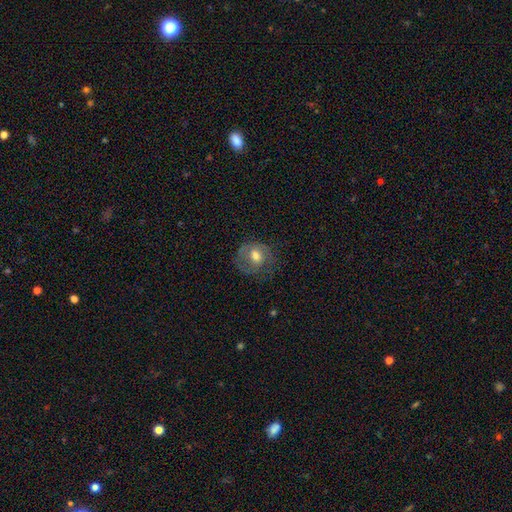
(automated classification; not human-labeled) Q: Smooth or featured?
A: smooth (51%); runner-up: featured or disk (40%)
Q: How rounded?
A: round (72%); runner-up: in between (27%)
Q: Merging?
A: none (57%); runner-up: minor disturbance (24%)